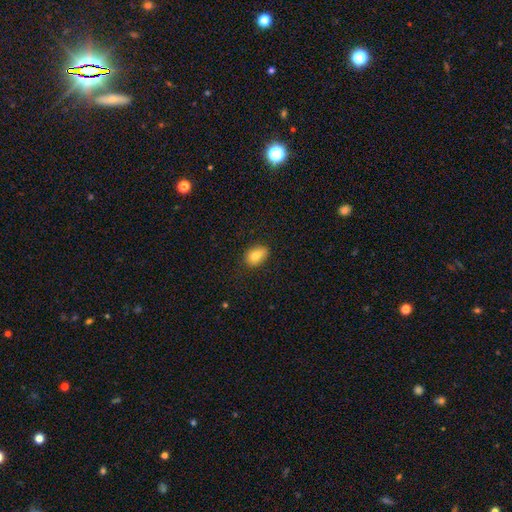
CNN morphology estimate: smooth-or-featured: smooth: 81% | featured or disk: 11% | star or artifact: 9%
  how-rounded: in between: 79% | round: 19% | cigar-shaped: 2%
  merging: none: 77% | minor disturbance: 19% | major disturbance: 4% | merger: 1%